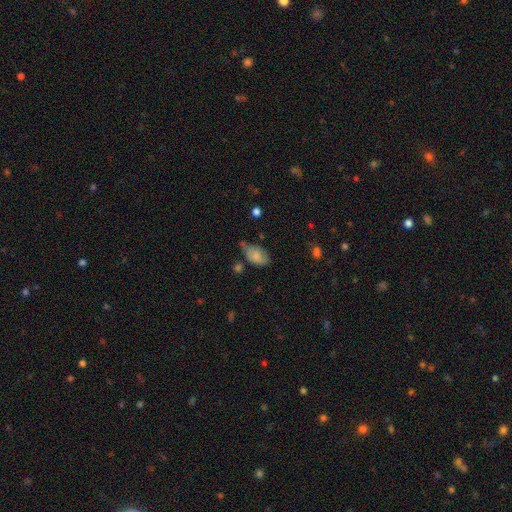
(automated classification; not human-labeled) Smooth or featured?
  - smooth: 75% *
  - featured or disk: 17%
  - star or artifact: 9%
How rounded?
  - in between: 89% *
  - round: 9%
  - cigar-shaped: 2%
Merging?
  - minor disturbance: 39% *
  - none: 38%
  - major disturbance: 14%
  - merger: 9%